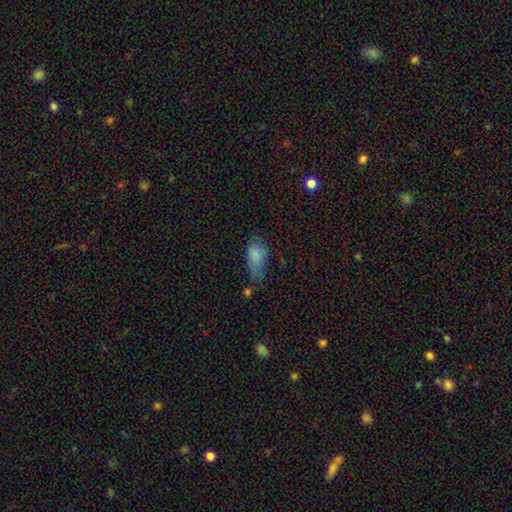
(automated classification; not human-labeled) Morphology: type=smooth (77%); roundness=in between (87%); merging=none (36%).